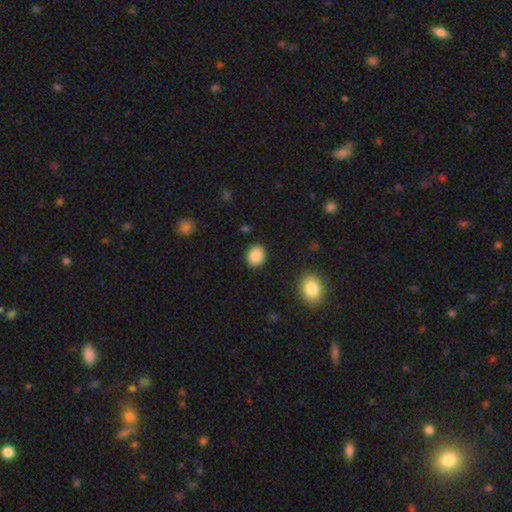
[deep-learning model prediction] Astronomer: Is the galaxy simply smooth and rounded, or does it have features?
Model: smooth — 88%.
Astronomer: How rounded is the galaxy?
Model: round — 62% (runner-up: in between, 37%).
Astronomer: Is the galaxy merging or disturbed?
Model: none — 88%.